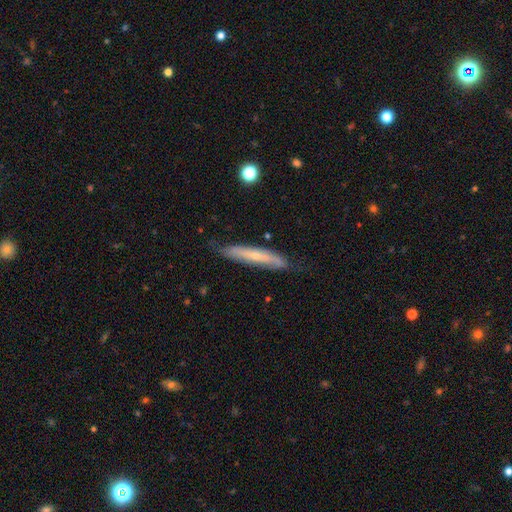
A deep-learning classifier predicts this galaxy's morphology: Smooth or featured? featured or disk (54%)
Edge-on disk? yes (70%)
Merging? none (72%)